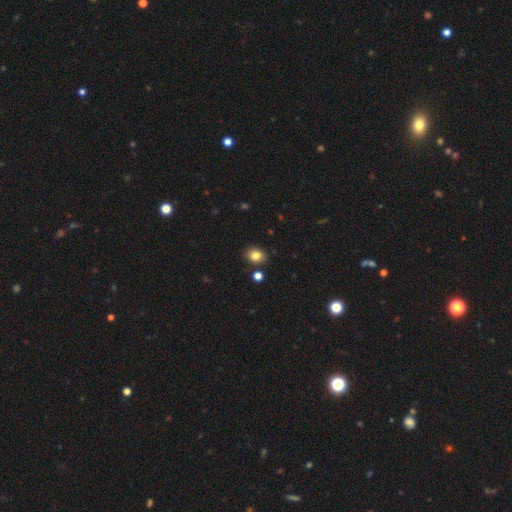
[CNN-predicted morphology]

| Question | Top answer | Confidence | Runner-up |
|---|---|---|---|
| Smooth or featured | smooth | 83% | star or artifact (11%) |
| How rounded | round | 52% | in between (47%) |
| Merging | none | 85% | minor disturbance (9%) |